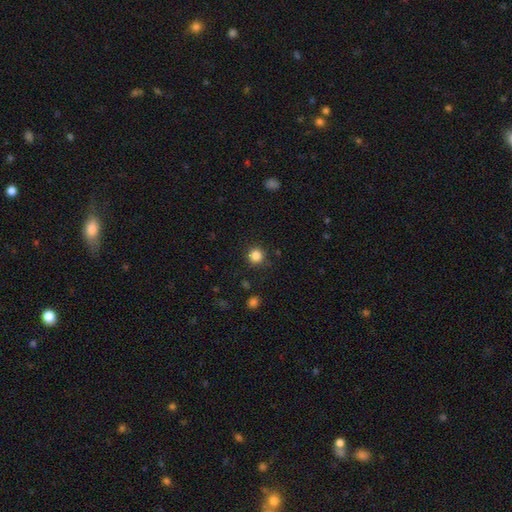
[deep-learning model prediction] The model was most divided on "smooth or featured": smooth: 85%, star or artifact: 12%, featured or disk: 4%. More confident: how rounded — round (93%); merging — none (88%).